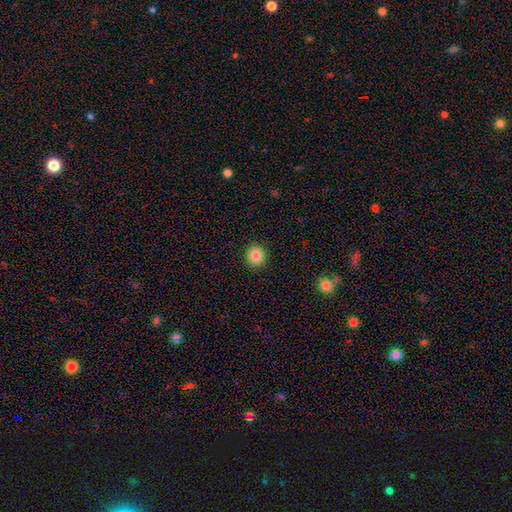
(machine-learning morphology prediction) Smooth or featured: smooth — 87% (star or artifact — 10%)
How rounded: round — 91% (in between — 8%)
Merging: none — 92% (minor disturbance — 5%)